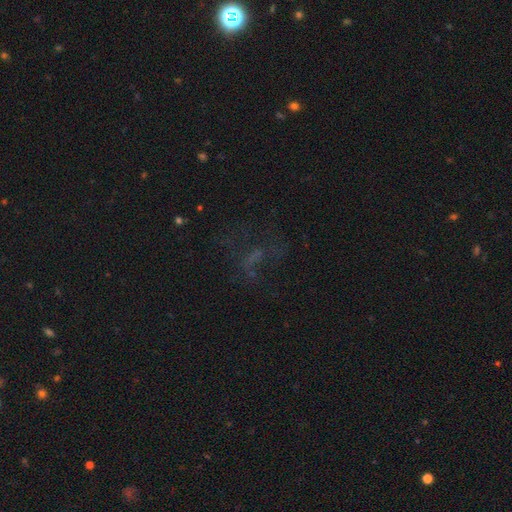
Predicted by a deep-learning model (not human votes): This appears to be a star or artifact, not a galaxy (41%).